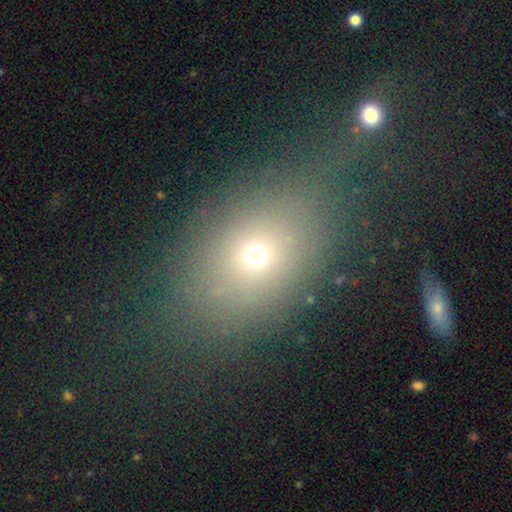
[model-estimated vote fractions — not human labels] Smooth or featured? smooth (65%)
How rounded? in between (64%)
Merging? none (52%)